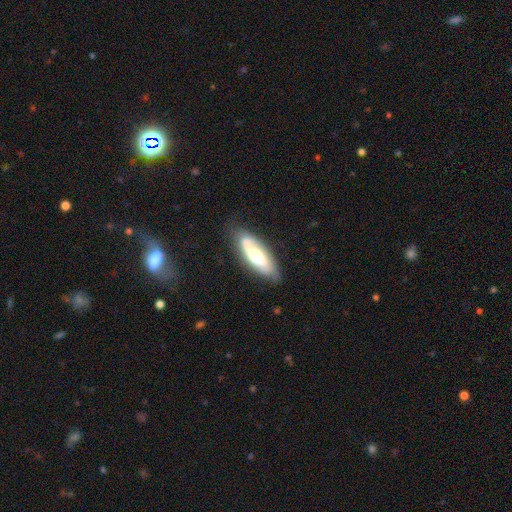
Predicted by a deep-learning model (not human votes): Overall: featured or disk (49%; smooth 45%). Merging: none (68%).